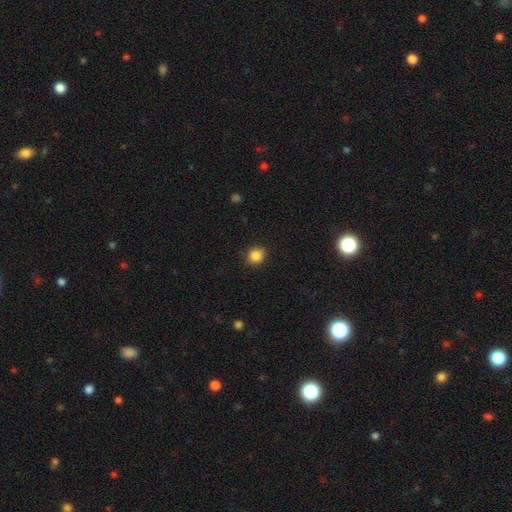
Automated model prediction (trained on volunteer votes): Morphology: type=smooth (86%); roundness=round (79%); merging=none (89%).